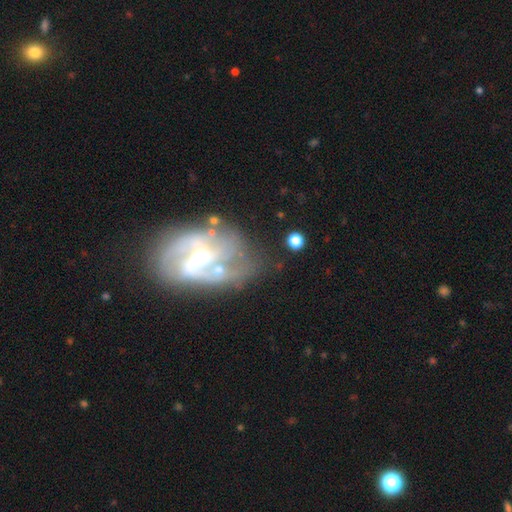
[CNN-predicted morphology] The model was most divided on "spiral winding": medium: 40%, loose: 38%, tight: 22%. Remaining: edge-on disk — no (97%); spiral arms — yes (81%); smooth or featured — featured or disk (80%); spiral arm count — 2 (59%); merging — none (51%); bulge size — moderate (48%); bar — weak (46%).